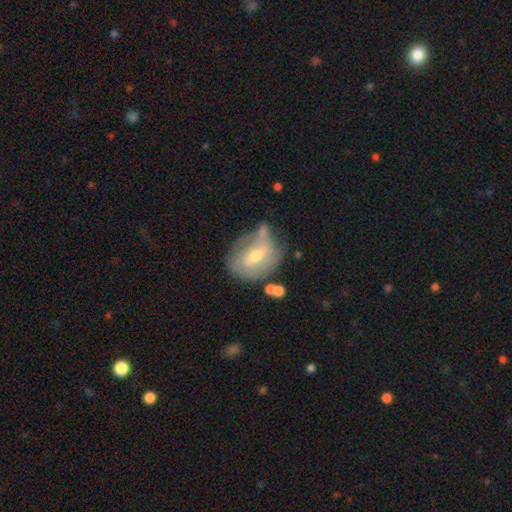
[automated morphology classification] featured or disk 57%, smooth 35%, star or artifact 9%. Down the decision tree: edge-on disk — no (94%); bar — weak (47%); spiral arms — yes (55%); bulge size — moderate (62%); merging — none (51%).